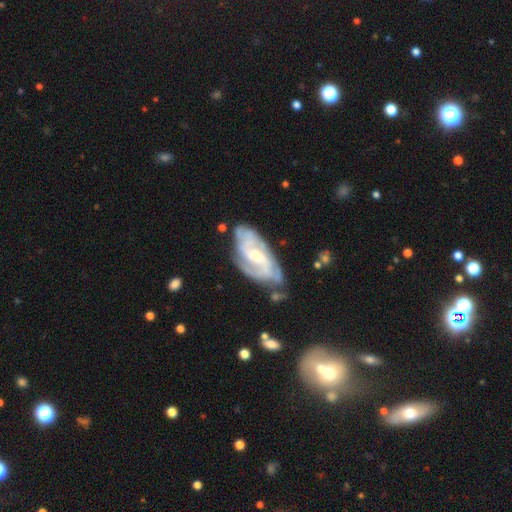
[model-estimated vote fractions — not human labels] Overall: featured or disk (81%). Edge-on disk: no (94%). Bar: no (46%; weak 41%). Spiral arms: yes (94%). Spiral arm count: 2 (38%; can't tell 25%). Spiral winding: tight (46%; medium 41%). Bulge size: moderate (42%; small 36%). Merging: none (63%).